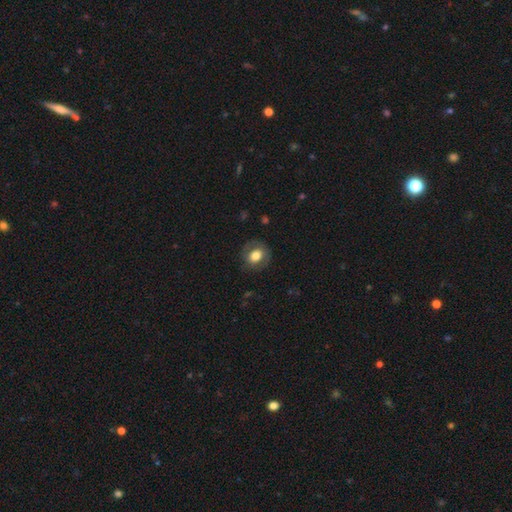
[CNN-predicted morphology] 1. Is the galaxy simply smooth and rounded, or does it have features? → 68% smooth, 23% featured or disk, 8% star or artifact.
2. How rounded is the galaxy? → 69% round, 30% in between, 1% cigar-shaped.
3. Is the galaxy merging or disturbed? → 79% none, 14% minor disturbance, 6% major disturbance, 1% merger.